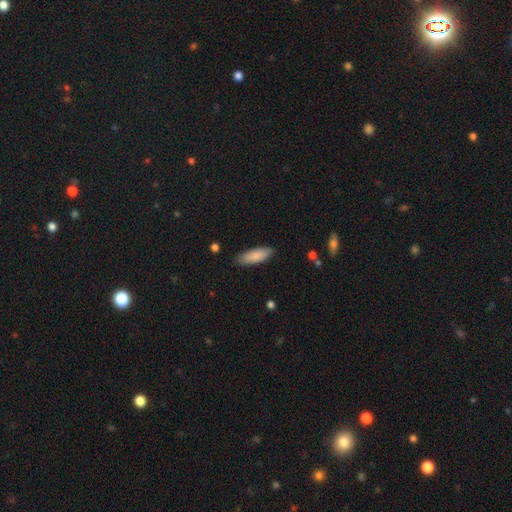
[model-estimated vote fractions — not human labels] Smooth or featured?
  - smooth: 85% *
  - featured or disk: 9%
  - star or artifact: 6%
How rounded?
  - in between: 61% *
  - cigar-shaped: 38%
  - round: 1%
Merging?
  - none: 85% *
  - minor disturbance: 12%
  - major disturbance: 2%
  - merger: 1%